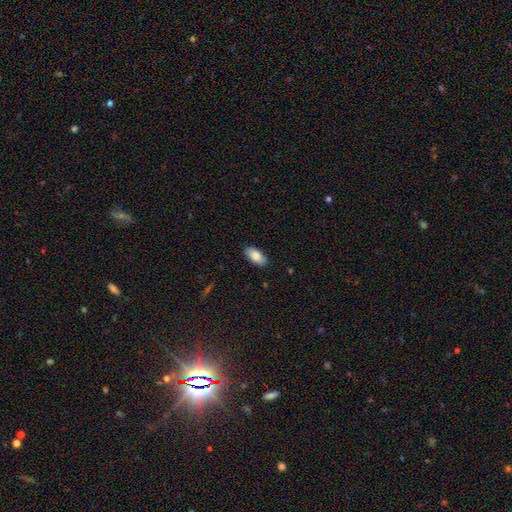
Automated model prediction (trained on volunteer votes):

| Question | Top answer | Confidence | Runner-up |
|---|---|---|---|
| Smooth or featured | smooth | 85% | featured or disk (9%) |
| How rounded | in between | 93% | cigar-shaped (4%) |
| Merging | none | 88% | minor disturbance (9%) |